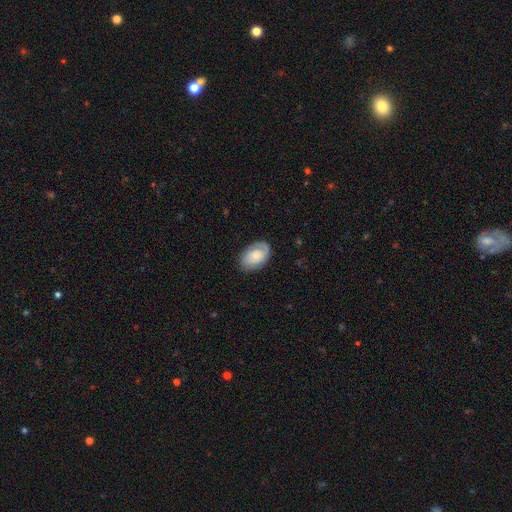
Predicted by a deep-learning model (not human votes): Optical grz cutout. It shows a smooth galaxy with no disk features (56%) that is in between round and cigar-shaped (89%). Merging: none (75%).